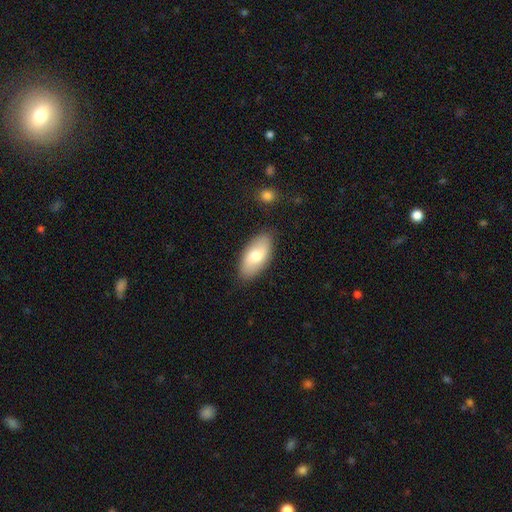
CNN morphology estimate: A smooth galaxy with no disk features (69%) that is in between round and cigar-shaped (92%). Merging: none (86%).